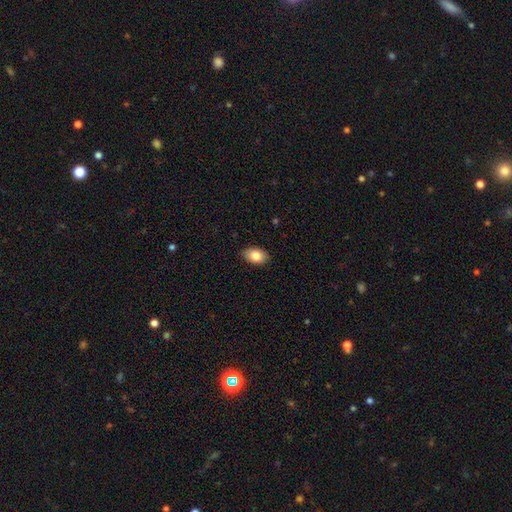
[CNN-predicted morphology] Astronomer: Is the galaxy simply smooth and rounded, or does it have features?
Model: smooth — 84%.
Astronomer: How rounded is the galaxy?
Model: in between — 88%.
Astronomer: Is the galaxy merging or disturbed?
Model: none — 87%.